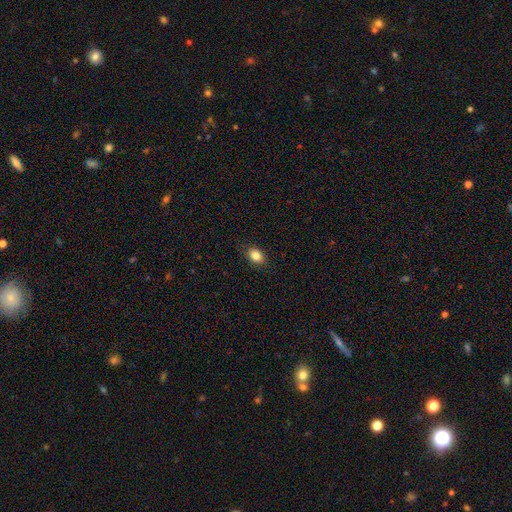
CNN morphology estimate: The model was most divided on "how rounded": in between: 76%, round: 23%, cigar-shaped: 1%. More confident: merging — none (86%); smooth or featured — smooth (85%).